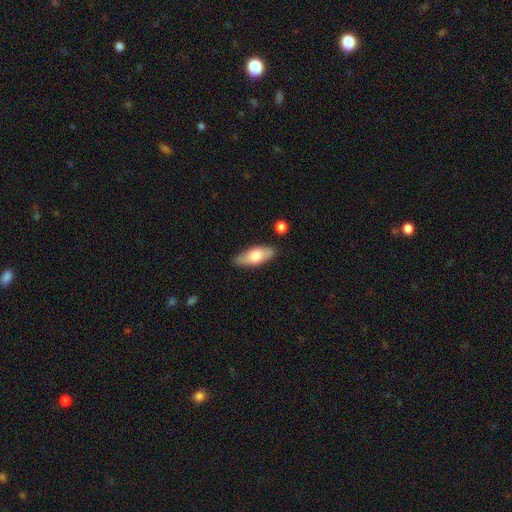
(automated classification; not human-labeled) Smooth or featured?
  - smooth: 68% *
  - featured or disk: 26%
  - star or artifact: 6%
How rounded?
  - in between: 72% *
  - cigar-shaped: 25%
  - round: 3%
Merging?
  - none: 80% *
  - minor disturbance: 14%
  - major disturbance: 3%
  - merger: 3%